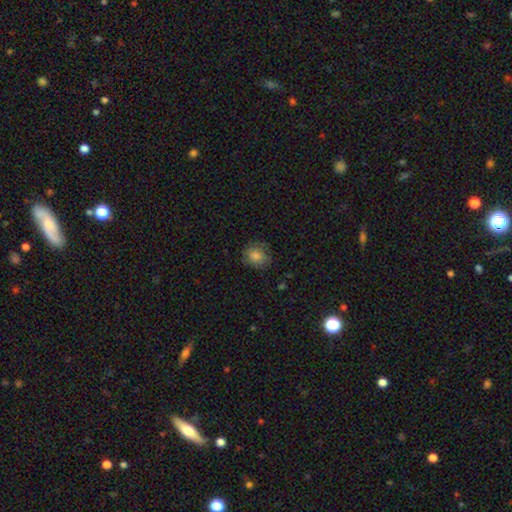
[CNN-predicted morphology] type=smooth (81%); roundness=round (77%); merging=none (79%).